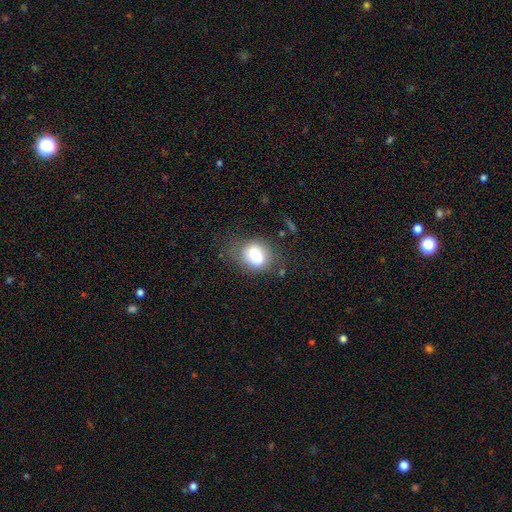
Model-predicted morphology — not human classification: This is likely a smooth galaxy (74%). How rounded: possibly in between (50%). Merging: possibly none (51%).